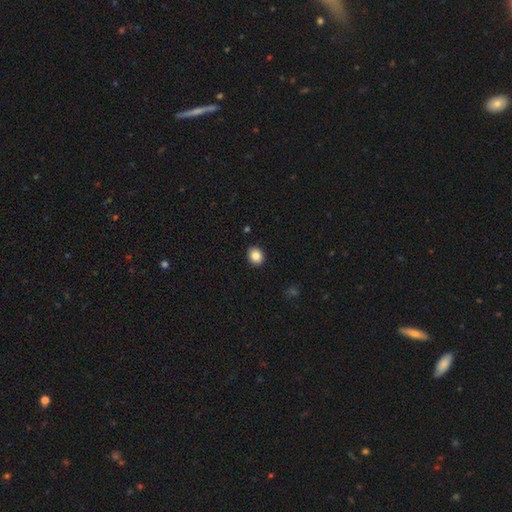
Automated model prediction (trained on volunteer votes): smooth_or_featured: smooth (p=0.86) [alt: star or artifact p=0.09]
how_rounded: round (p=0.62) [alt: in between p=0.37]
merging: none (p=0.91) [alt: minor disturbance p=0.06]